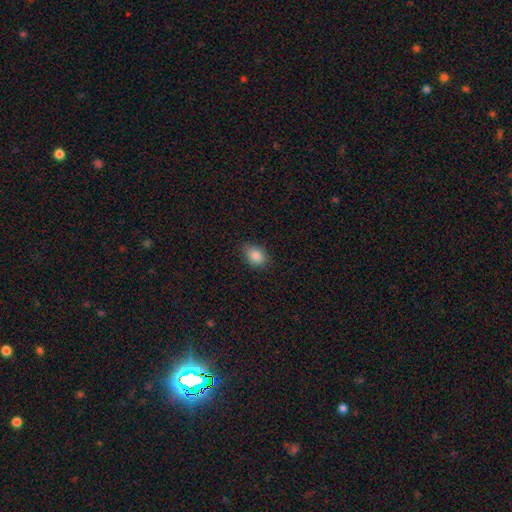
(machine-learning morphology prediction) Overall: smooth (86%). How rounded: in between (70%). Merging: none (78%).